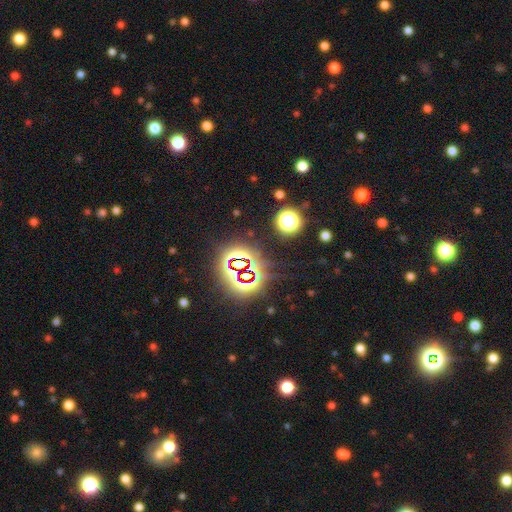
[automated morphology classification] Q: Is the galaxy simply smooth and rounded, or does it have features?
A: star or artifact — 81%.